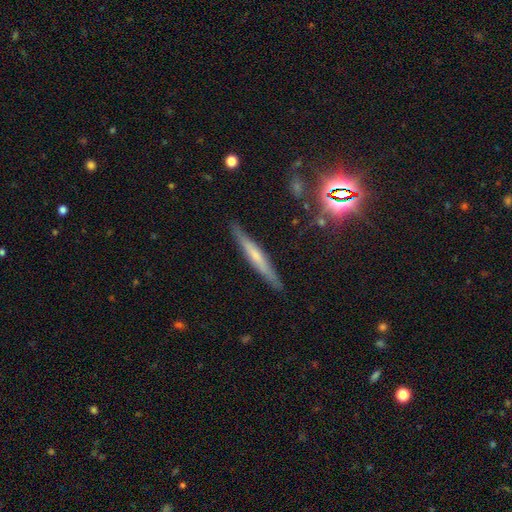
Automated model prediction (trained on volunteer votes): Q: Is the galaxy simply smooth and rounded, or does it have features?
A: featured or disk — 48%.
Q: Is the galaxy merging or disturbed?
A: none — 87%.